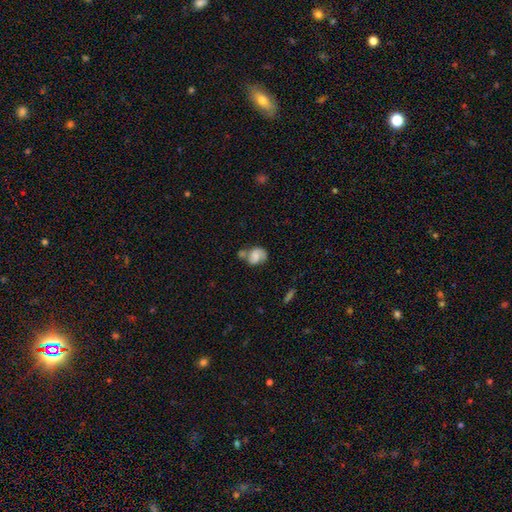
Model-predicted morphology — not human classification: Smooth or featured?
  - featured or disk: 46% *
  - smooth: 45%
  - star or artifact: 9%
Merging?
  - none: 37% *
  - merger: 30%
  - minor disturbance: 21%
  - major disturbance: 12%